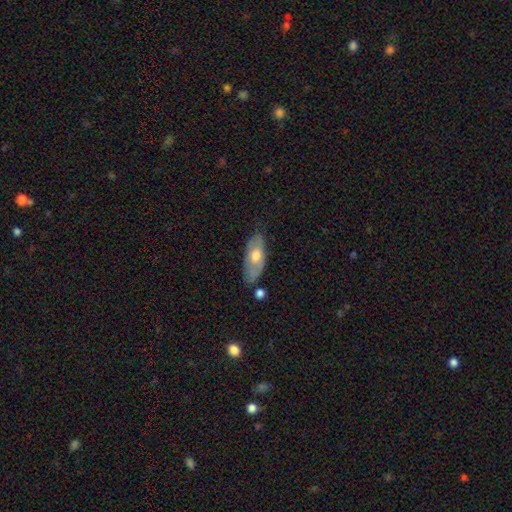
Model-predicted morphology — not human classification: type=smooth (54%); roundness=in between (83%); merging=none (73%).